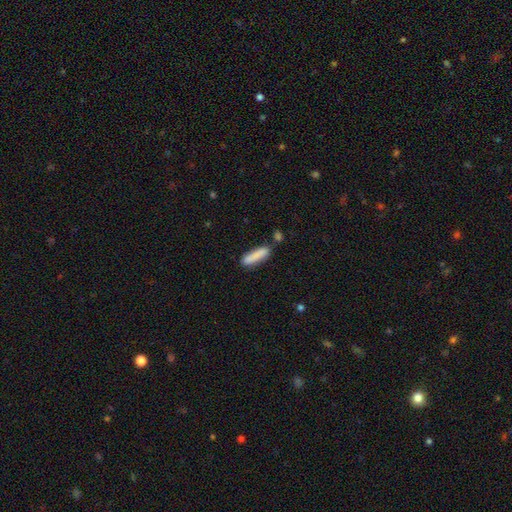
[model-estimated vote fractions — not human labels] Morphology: type=smooth (84%); roundness=cigar-shaped (76%); merging=none (71%).